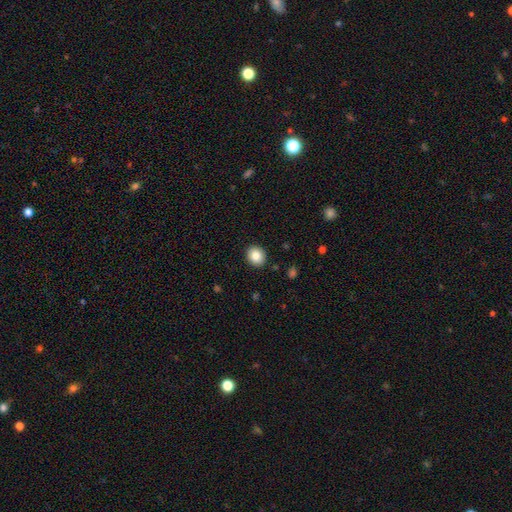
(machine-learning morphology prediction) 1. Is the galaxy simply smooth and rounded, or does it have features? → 84% smooth, 9% star or artifact, 7% featured or disk.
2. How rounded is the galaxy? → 74% round, 25% in between, 1% cigar-shaped.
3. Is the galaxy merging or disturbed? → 91% none, 6% minor disturbance, 2% major disturbance, 1% merger.